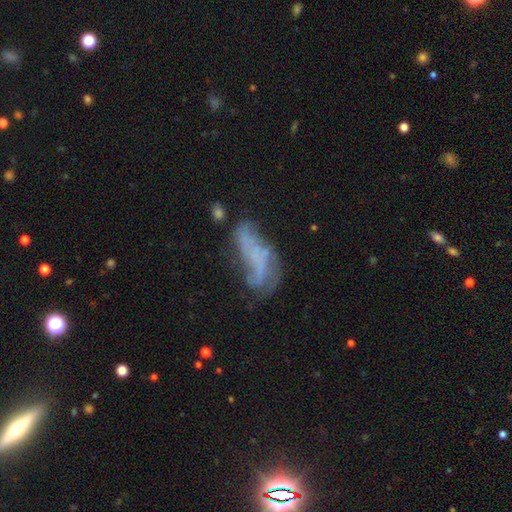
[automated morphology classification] Smooth or featured? featured or disk (54%)
Edge-on disk? no (89%)
Merging? none (34%)